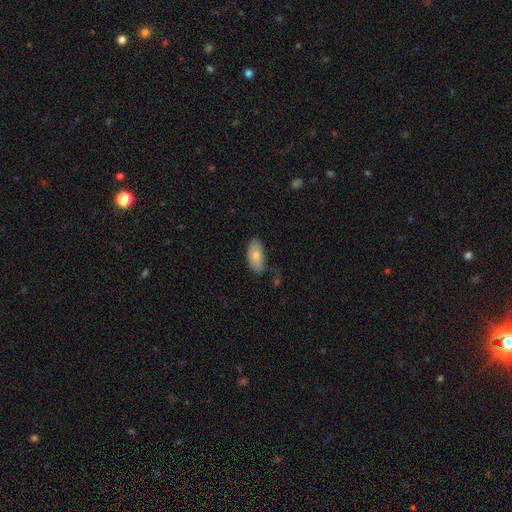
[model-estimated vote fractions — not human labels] Morphology: type=smooth (78%); roundness=in between (93%); merging=none (63%).